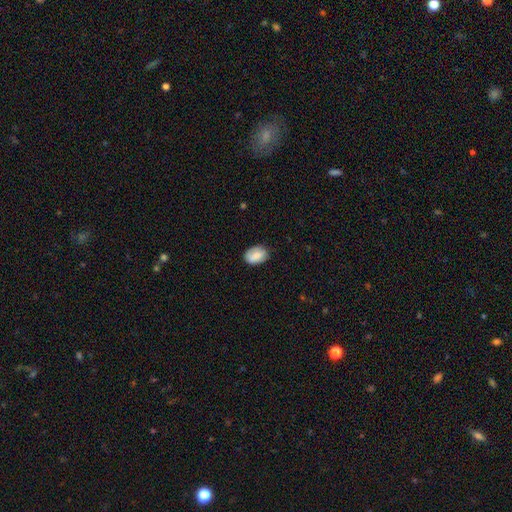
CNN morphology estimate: This appears to be a smooth galaxy with no disk features (81%) that is in between round and cigar-shaped (82%). Merging: none (77%).